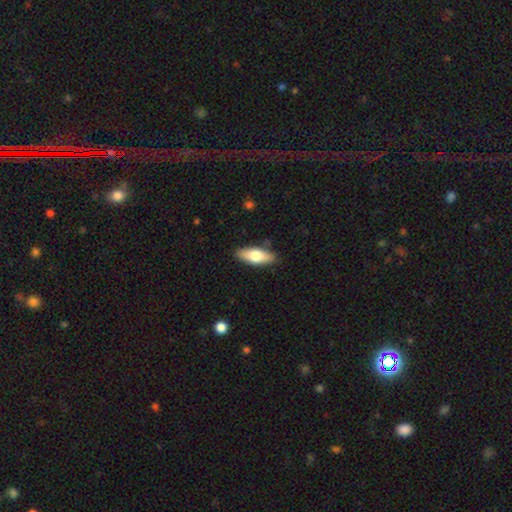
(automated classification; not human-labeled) Smooth or featured? Predicted: smooth (p=0.66). How rounded? Predicted: in between (p=0.71). Merging? Predicted: none (p=0.85).